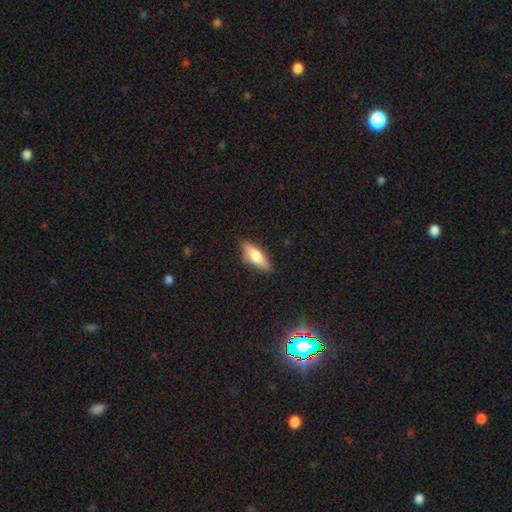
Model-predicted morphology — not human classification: type=smooth (67%); roundness=in between (55%); merging=none (83%).